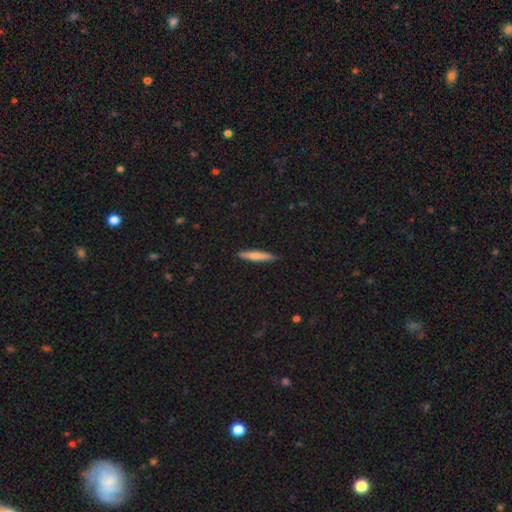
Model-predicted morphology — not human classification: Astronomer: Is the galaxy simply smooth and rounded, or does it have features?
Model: smooth — 71%.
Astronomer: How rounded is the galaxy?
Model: cigar-shaped — 93%.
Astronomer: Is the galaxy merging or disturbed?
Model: none — 89%.